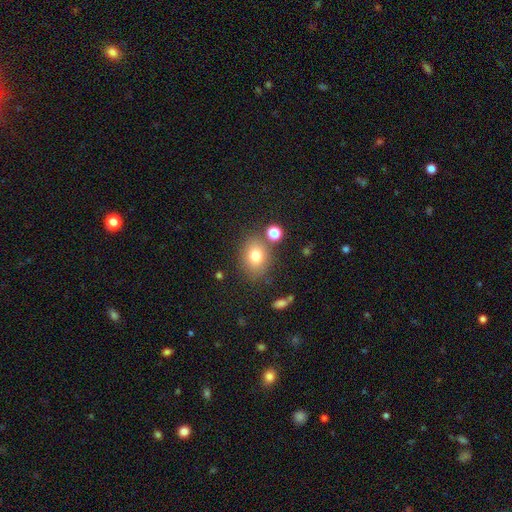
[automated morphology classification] A smooth galaxy with no disk features (77%) that is in between round and cigar-shaped (55%).

Vote fractions:
- Smooth or featured? smooth: 77% / star or artifact: 12% / featured or disk: 11%
- How rounded? in between: 55% / round: 44% / cigar-shaped: 1%
- Merging? none: 76% / minor disturbance: 12% / merger: 8% / major disturbance: 4%